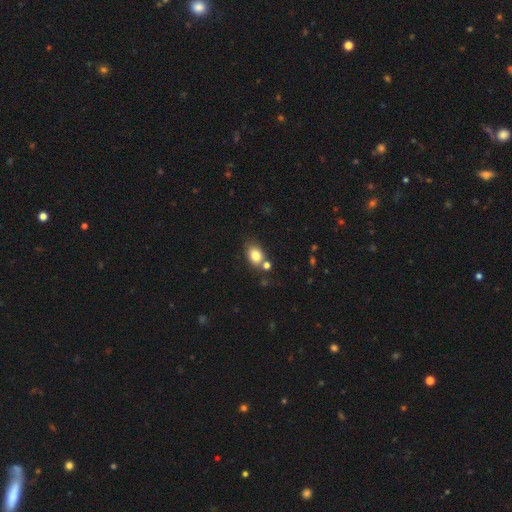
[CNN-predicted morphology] The model was most divided on "how rounded": in between: 66%, round: 33%, cigar-shaped: 1%. More confident: smooth or featured — smooth (81%); merging — none (63%).